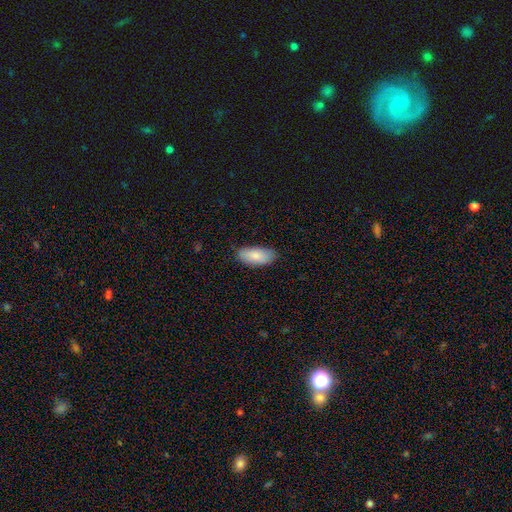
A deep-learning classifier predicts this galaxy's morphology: smooth-or-featured: smooth: 85% | featured or disk: 9% | star or artifact: 6%
  how-rounded: in between: 89% | cigar-shaped: 9% | round: 2%
  merging: none: 83% | minor disturbance: 14% | major disturbance: 2% | merger: 1%